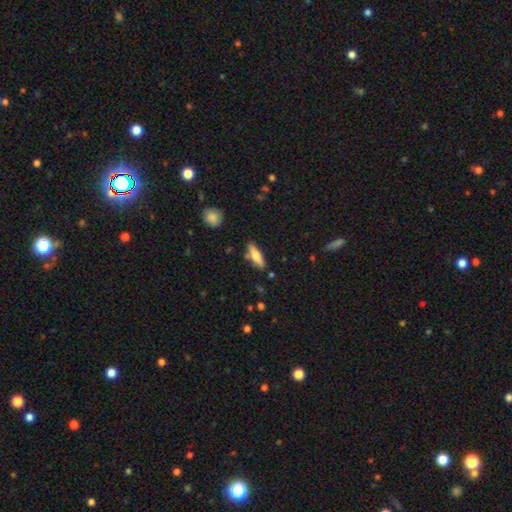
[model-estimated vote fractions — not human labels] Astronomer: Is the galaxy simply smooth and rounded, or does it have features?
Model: smooth — 65%.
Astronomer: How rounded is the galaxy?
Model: in between — 50% (runner-up: cigar-shaped, 48%).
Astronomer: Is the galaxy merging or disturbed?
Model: none — 79%.